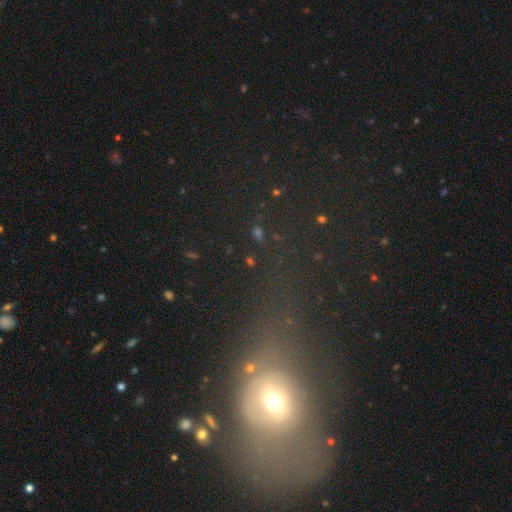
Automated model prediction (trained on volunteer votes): smooth_or_featured: star or artifact (p=0.45) [alt: smooth p=0.35]